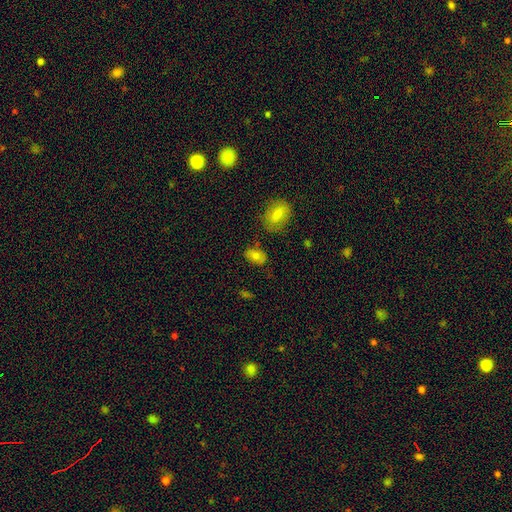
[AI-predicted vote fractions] Smooth or featured? Predicted: smooth (p=0.76). How rounded? Predicted: in between (p=0.82). Merging? Predicted: none (p=0.71).